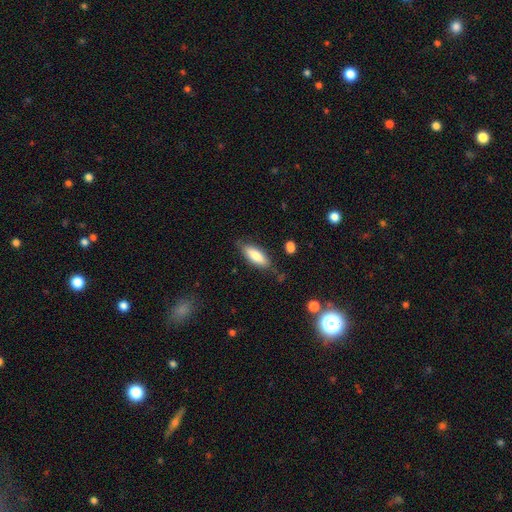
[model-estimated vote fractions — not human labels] Smooth or featured: smooth — 81% (featured or disk — 13%)
How rounded: in between — 65% (cigar-shaped — 34%)
Merging: none — 78% (minor disturbance — 16%)